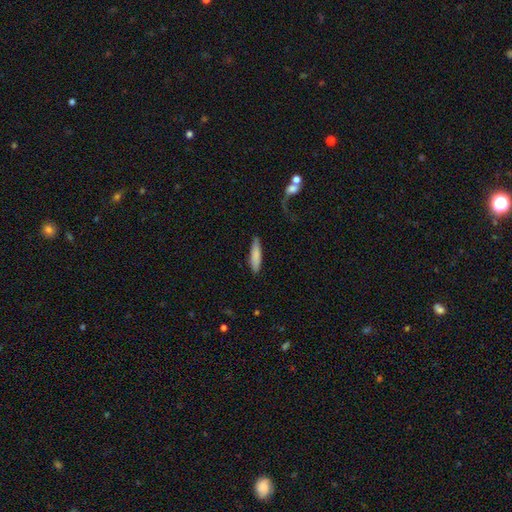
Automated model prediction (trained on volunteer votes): Smooth or featured: smooth — 82% (featured or disk — 12%)
How rounded: cigar-shaped — 79% (in between — 19%)
Merging: none — 84% (minor disturbance — 12%)